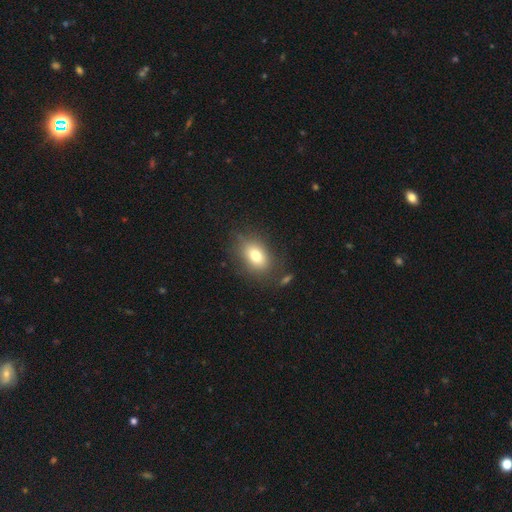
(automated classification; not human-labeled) The model was most divided on "how rounded": in between: 79%, round: 20%, cigar-shaped: 2%. More confident: merging — none (77%); smooth or featured — smooth (77%).